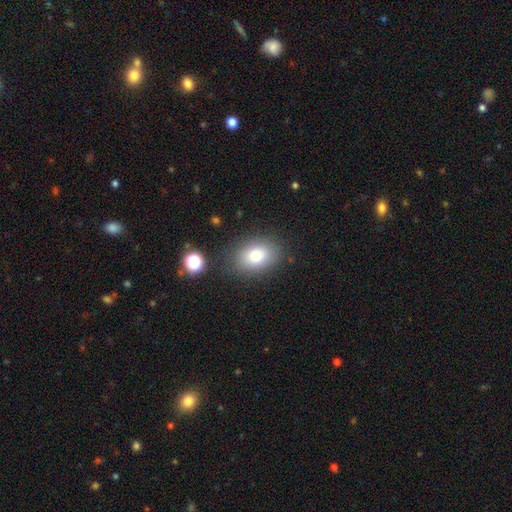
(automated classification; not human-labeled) This is likely a smooth galaxy (77%). How rounded: likely in between (71%). Merging: clearly none (83%).